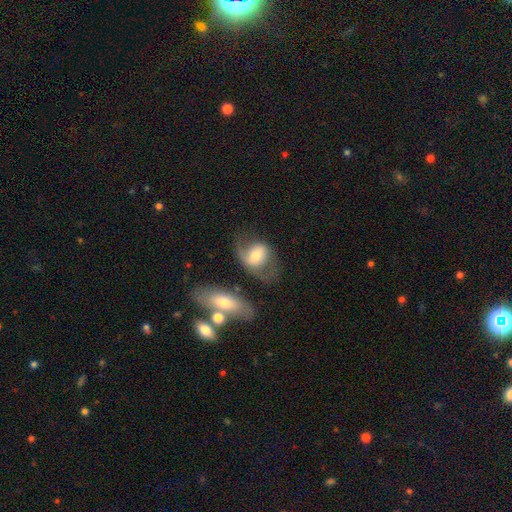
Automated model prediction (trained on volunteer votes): smooth-or-featured: smooth: 51% | featured or disk: 42% | star or artifact: 8%
  how-rounded: in between: 64% | round: 34% | cigar-shaped: 2%
  merging: none: 37% | major disturbance: 27% | minor disturbance: 24% | merger: 12%